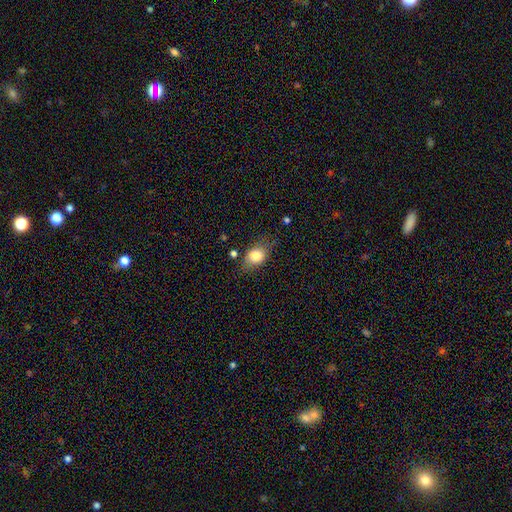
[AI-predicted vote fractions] This is likely a smooth galaxy (79%). How rounded: likely in between (72%). Merging: likely none (69%).